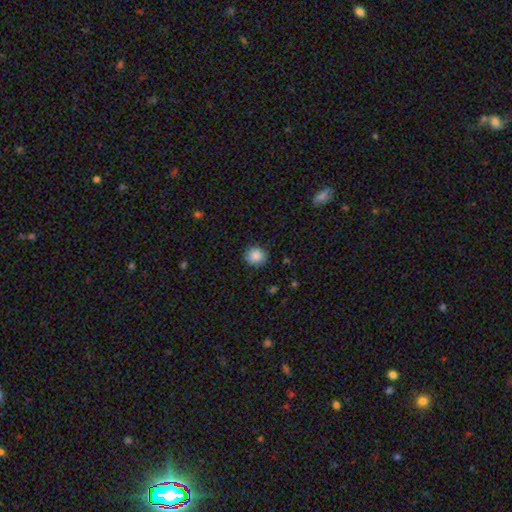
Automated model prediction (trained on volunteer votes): Smooth or featured? Predicted: smooth (p=0.88). How rounded? Predicted: round (p=0.85). Merging? Predicted: none (p=0.88).